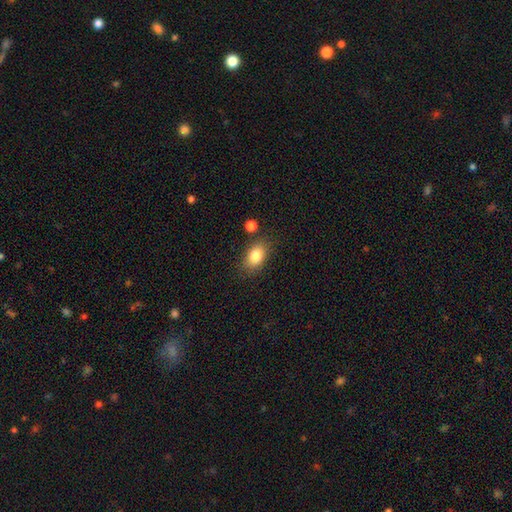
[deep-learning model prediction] Q: Smooth or featured?
A: smooth (82%); runner-up: featured or disk (9%)
Q: How rounded?
A: in between (82%); runner-up: round (16%)
Q: Merging?
A: none (79%); runner-up: minor disturbance (13%)